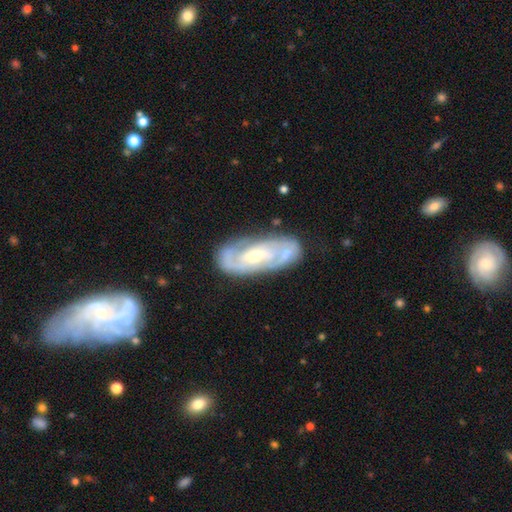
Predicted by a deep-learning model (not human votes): Smooth or featured? Predicted: featured or disk (p=0.83). Edge-on disk? Predicted: no (p=0.93). Bar? Predicted: weak (p=0.42). Spiral arms? Predicted: yes (p=0.90). Spiral winding? Predicted: tight (p=0.54). Spiral arm count? Predicted: 2 (p=0.59). Bulge size? Predicted: moderate (p=0.62). Merging? Predicted: none (p=0.77).